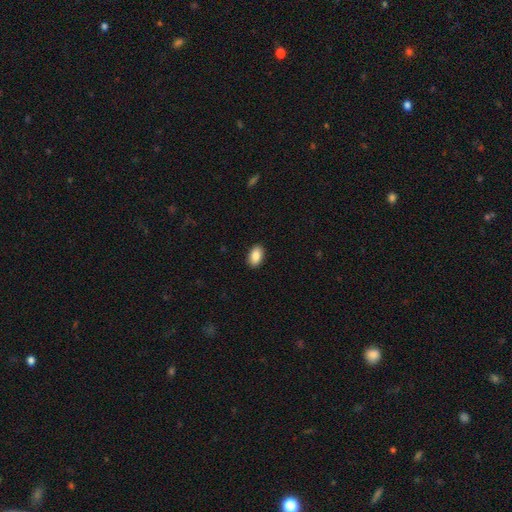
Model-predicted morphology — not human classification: smooth_or_featured: smooth (p=0.88) [alt: star or artifact p=0.07]
how_rounded: in between (p=0.92) [alt: round p=0.06]
merging: none (p=0.90) [alt: minor disturbance p=0.07]